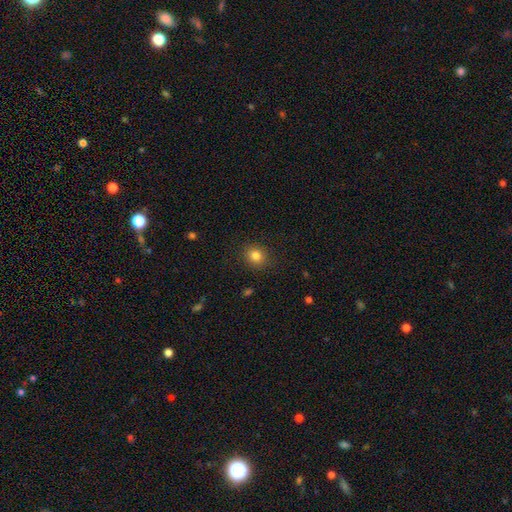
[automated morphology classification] A smooth galaxy with no disk features (83%) that is round (77%).

Vote fractions:
- Smooth or featured? smooth: 83% / star or artifact: 12% / featured or disk: 6%
- How rounded? round: 77% / in between: 22% / cigar-shaped: 1%
- Merging? none: 88% / minor disturbance: 9% / major disturbance: 3% / merger: 1%